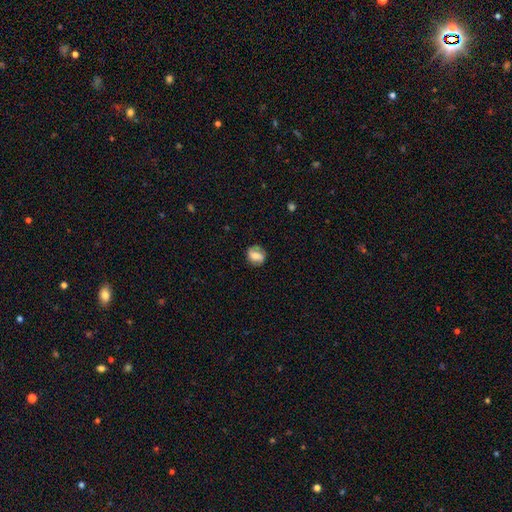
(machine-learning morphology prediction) This is possibly a smooth galaxy (48%). Merging: likely none (77%).